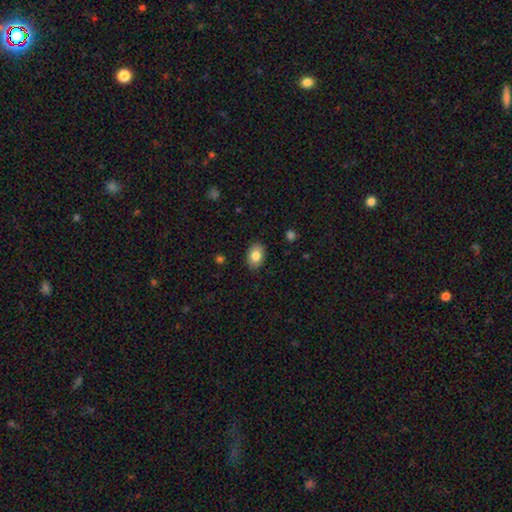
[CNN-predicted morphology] smooth 82%, featured or disk 10%, star or artifact 8%. Down the decision tree: how rounded — in between (81%); merging — none (88%).